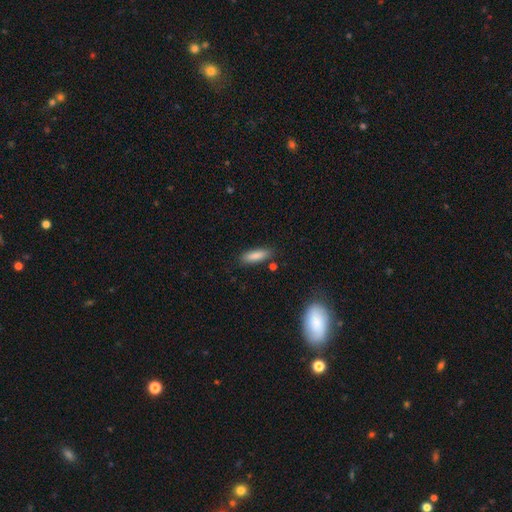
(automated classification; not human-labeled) A smooth galaxy with no disk features (86%) that is in between round and cigar-shaped (49%, tied with cigar-shaped).

Vote fractions:
- Smooth or featured? smooth: 86% / featured or disk: 7% / star or artifact: 7%
- How rounded? in between: 49% (tied) / cigar-shaped: 49% (tied) / round: 2%
- Merging? none: 83% / minor disturbance: 11% / merger: 3% / major disturbance: 3%